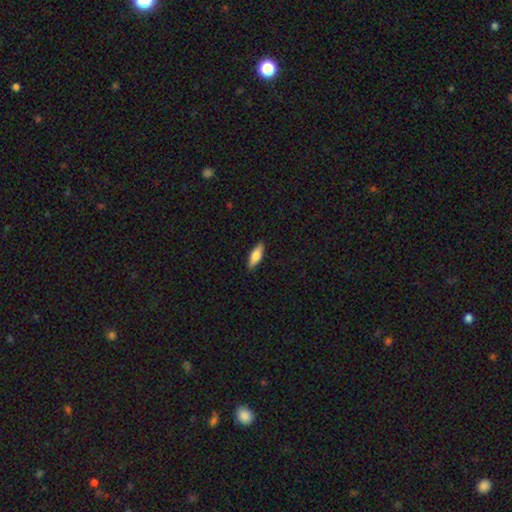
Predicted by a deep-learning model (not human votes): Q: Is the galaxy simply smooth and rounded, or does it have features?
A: smooth — 73%.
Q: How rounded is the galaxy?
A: in between — 57%.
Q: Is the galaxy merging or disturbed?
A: none — 89%.